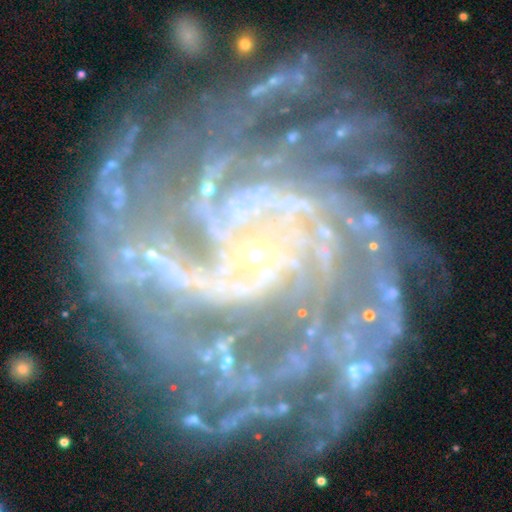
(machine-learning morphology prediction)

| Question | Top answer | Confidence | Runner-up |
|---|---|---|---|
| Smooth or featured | featured or disk | 91% | star or artifact (6%) |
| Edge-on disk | no | 98% | yes (2%) |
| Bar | no | 60% | weak (27%) |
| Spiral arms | yes | 98% | no (2%) |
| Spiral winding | tight | 61% | medium (33%) |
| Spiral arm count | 2 | 19% | 4 (18%) |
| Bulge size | small | 82% | moderate (9%) |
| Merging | none | 69% | minor disturbance (17%) |